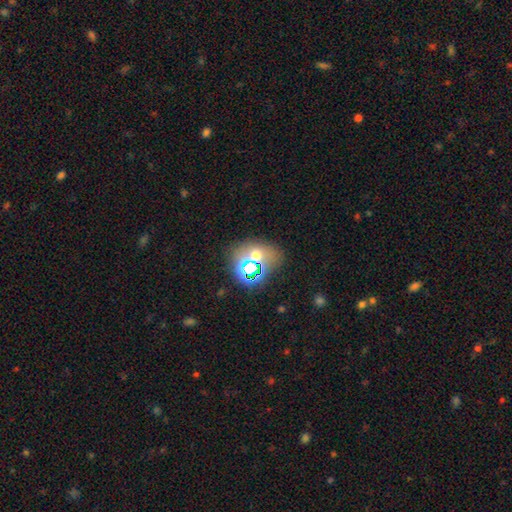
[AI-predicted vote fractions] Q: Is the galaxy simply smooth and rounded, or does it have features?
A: smooth — 47%.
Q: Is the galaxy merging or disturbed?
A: none — 65%.